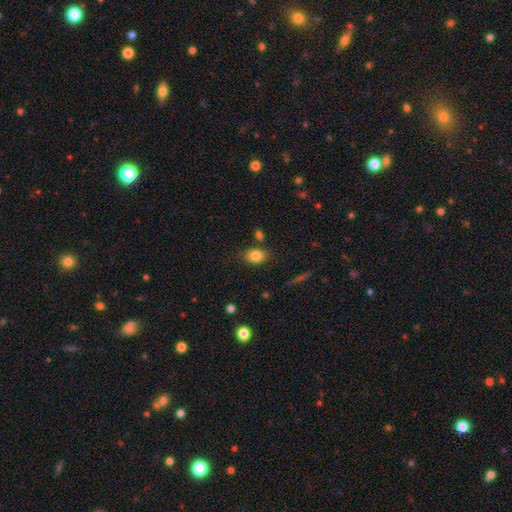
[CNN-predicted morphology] Overall: smooth (83%). How rounded: in between (73%). Merging: none (78%).